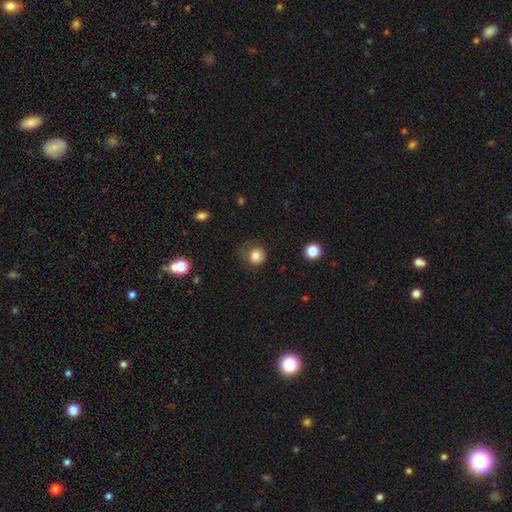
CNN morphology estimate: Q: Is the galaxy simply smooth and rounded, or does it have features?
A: smooth — 83%.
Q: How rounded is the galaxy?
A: round — 88%.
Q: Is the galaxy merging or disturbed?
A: none — 63%.